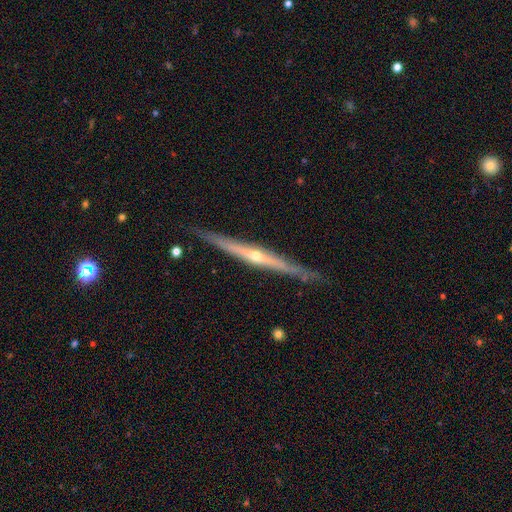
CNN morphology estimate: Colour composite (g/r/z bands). It shows a featured or disk galaxy (82%) viewed edge-on (97%) with a rounded central bulge (76%). Merging: none (87%).